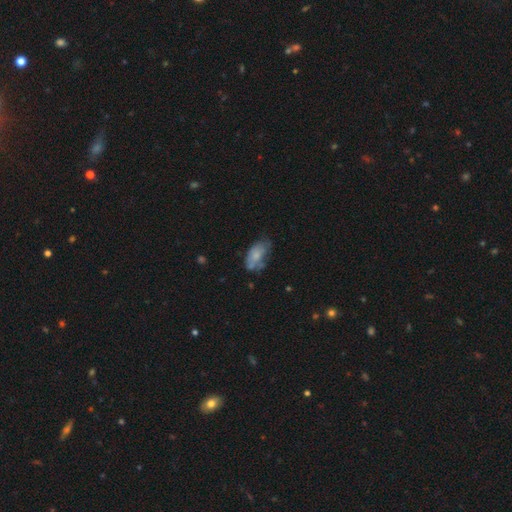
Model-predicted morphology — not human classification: This appears to be a smooth galaxy with no disk features (67%) that is in between round and cigar-shaped (92%). Merging: none (44%).